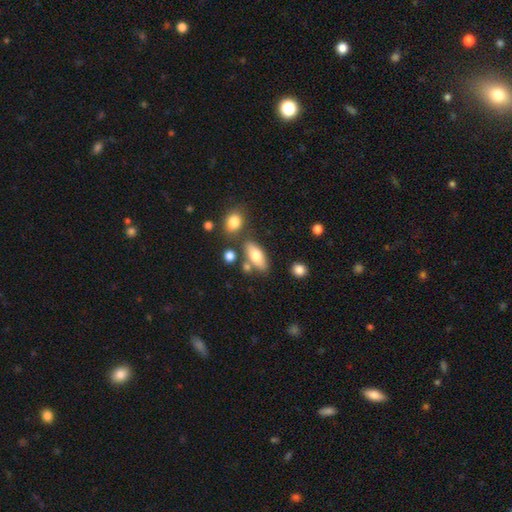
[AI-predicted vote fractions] smooth_or_featured: smooth (p=0.72) [alt: featured or disk p=0.20]
how_rounded: in between (p=0.80) [alt: cigar-shaped p=0.15]
merging: none (p=0.69) [alt: minor disturbance p=0.14]